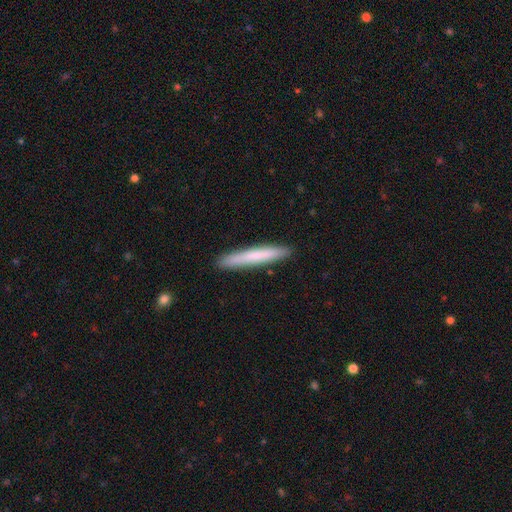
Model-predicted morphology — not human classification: Smooth or featured? Predicted: smooth (p=0.70). How rounded? Predicted: cigar-shaped (p=0.96). Merging? Predicted: none (p=0.91).